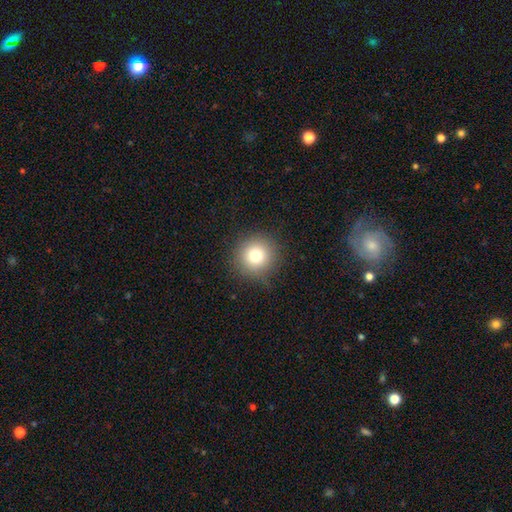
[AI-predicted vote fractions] Morphology: type=smooth (77%); roundness=round (94%); merging=none (87%).